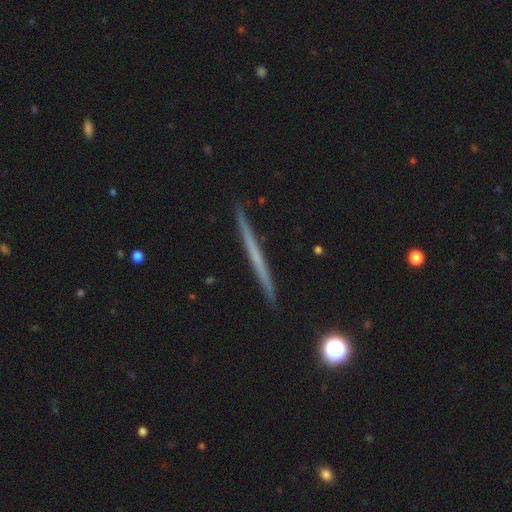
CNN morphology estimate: Smooth or featured? featured or disk (58%)
Edge-on disk? yes (98%)
Edge-on bulge? none (91%)
Merging? none (92%)